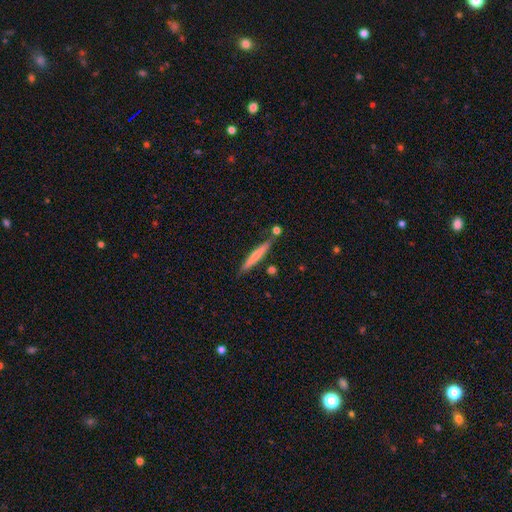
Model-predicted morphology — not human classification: This appears to be a smooth galaxy with no disk features (58%) that is cigar-shaped (94%). Merging: none (79%).